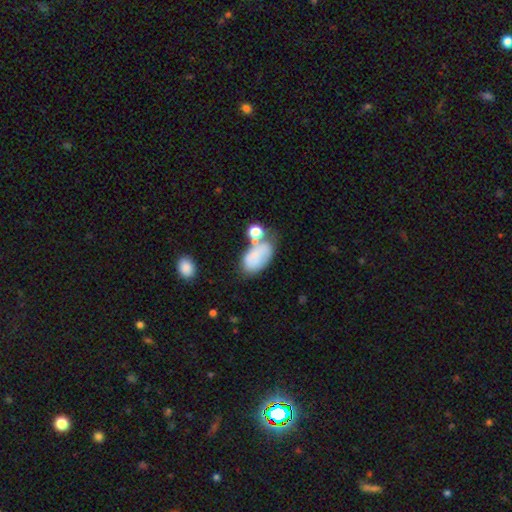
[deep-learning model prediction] A smooth galaxy with no disk features (68%) that is in between round and cigar-shaped (90%).

Vote fractions:
- Smooth or featured? smooth: 68% / featured or disk: 22% / star or artifact: 10%
- How rounded? in between: 90% / round: 8% / cigar-shaped: 2%
- Merging? none: 41% / merger: 25% / minor disturbance: 22% / major disturbance: 12%